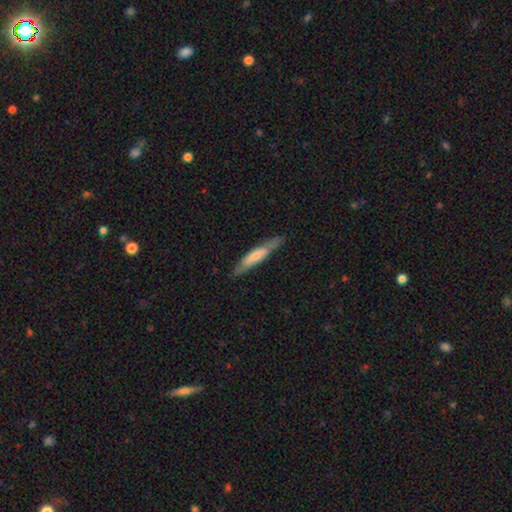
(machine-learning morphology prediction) This is possibly a smooth galaxy (51%). How rounded: clearly cigar-shaped (86%). Merging: clearly none (80%).